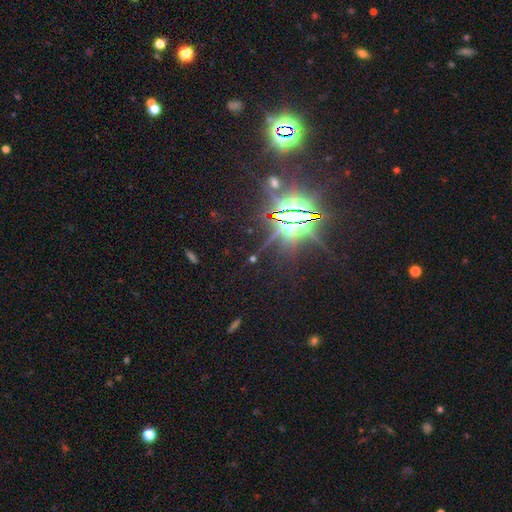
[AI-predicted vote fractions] Smooth or featured? Predicted: star or artifact (p=0.86).